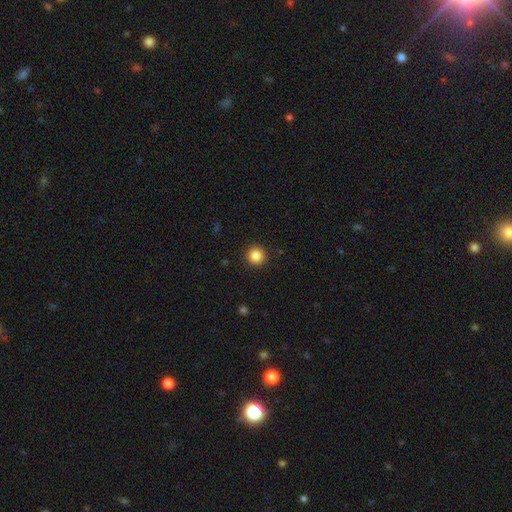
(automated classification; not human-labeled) This is clearly a smooth galaxy (86%). How rounded: clearly round (95%). Merging: clearly none (92%).